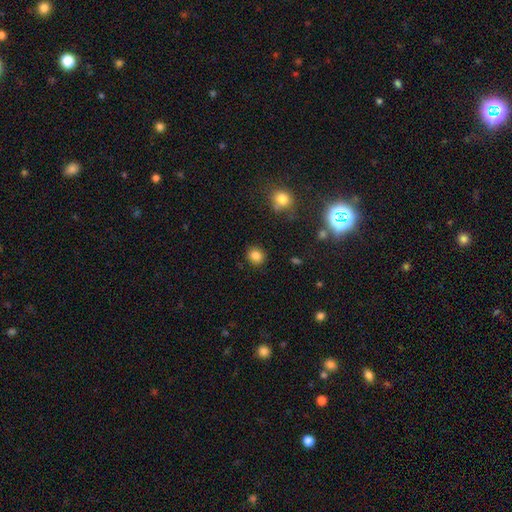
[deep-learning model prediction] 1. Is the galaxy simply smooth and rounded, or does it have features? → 84% smooth, 11% star or artifact, 5% featured or disk.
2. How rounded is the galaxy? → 80% round, 19% in between, 1% cigar-shaped.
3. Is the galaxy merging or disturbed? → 89% none, 7% minor disturbance, 2% major disturbance, 2% merger.